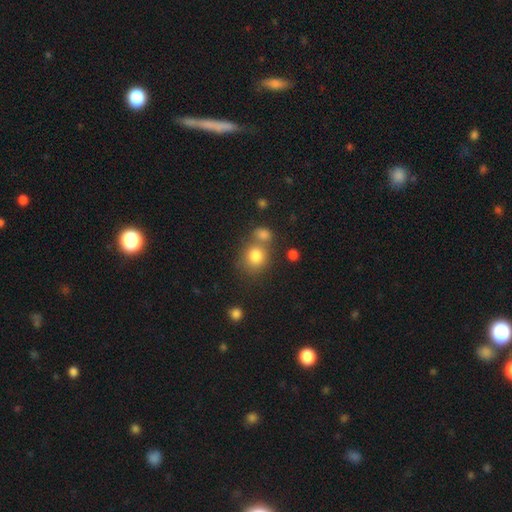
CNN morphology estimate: Smooth or featured? Predicted: smooth (p=0.81). How rounded? Predicted: round (p=0.80). Merging? Predicted: none (p=0.55).